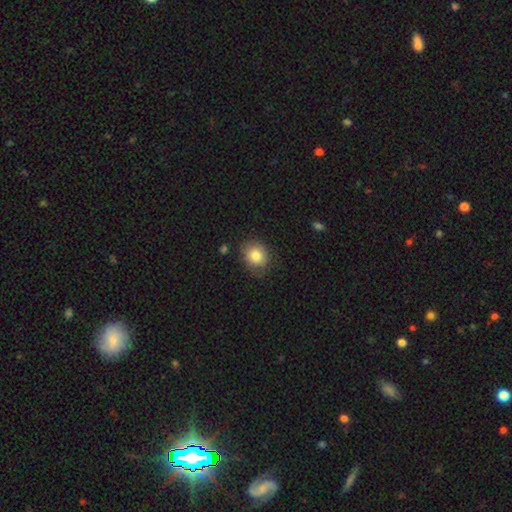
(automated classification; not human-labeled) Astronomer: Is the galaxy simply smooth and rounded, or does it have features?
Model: smooth — 82%.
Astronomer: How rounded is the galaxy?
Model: round — 64%.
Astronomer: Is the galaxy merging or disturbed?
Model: none — 77%.